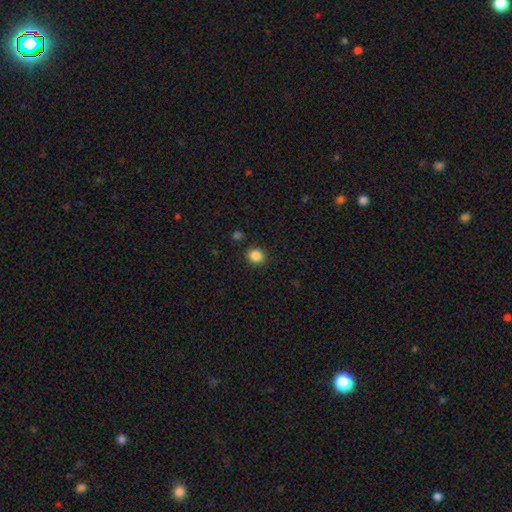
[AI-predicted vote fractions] A smooth galaxy with no disk features (85%) that is round (84%). Merging: none (88%).